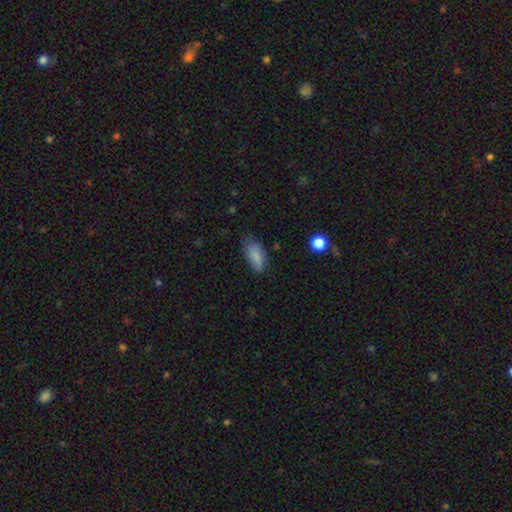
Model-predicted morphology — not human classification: type=smooth (84%); roundness=in between (88%); merging=none (63%).